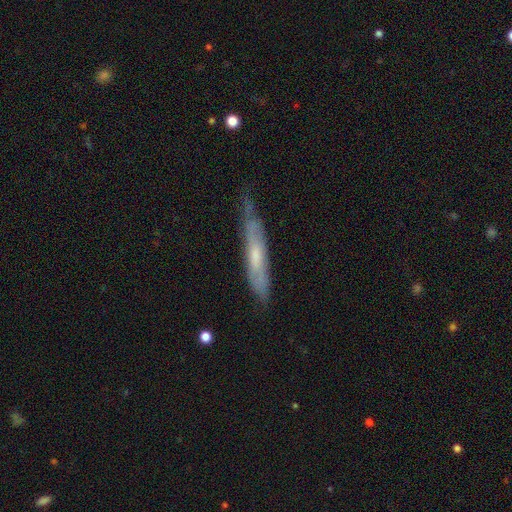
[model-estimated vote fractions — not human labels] Overall: featured or disk (57%; smooth 36%). Edge-on disk: yes (65%; no 35%). Merging: none (60%; minor disturbance 31%).